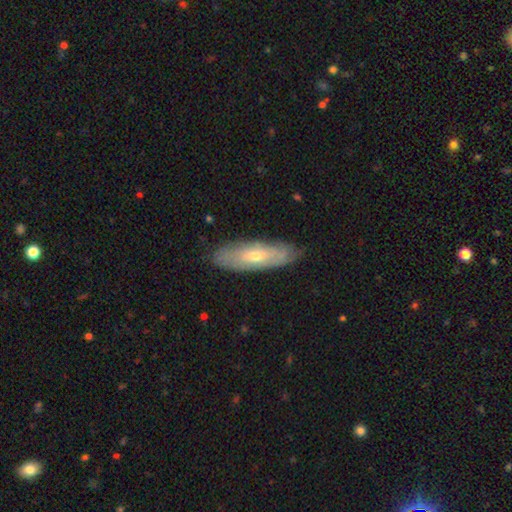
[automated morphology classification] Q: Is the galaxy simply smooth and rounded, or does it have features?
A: featured or disk — 52%.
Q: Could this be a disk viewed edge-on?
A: no — 64%.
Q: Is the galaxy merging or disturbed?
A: none — 85%.